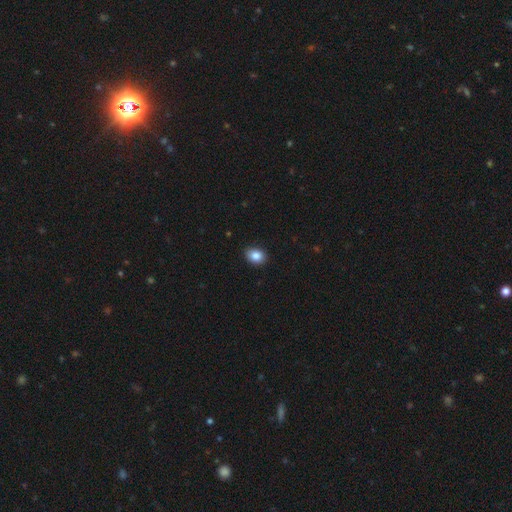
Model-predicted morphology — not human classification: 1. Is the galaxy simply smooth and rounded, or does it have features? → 86% smooth, 9% star or artifact, 5% featured or disk.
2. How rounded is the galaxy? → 66% in between, 33% round, 1% cigar-shaped.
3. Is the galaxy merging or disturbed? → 90% none, 8% minor disturbance, 2% major disturbance, 1% merger.